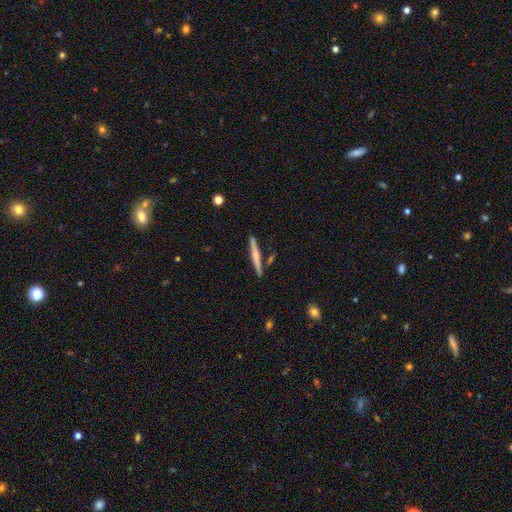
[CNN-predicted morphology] type=smooth (54%); roundness=cigar-shaped (95%); merging=none (86%).